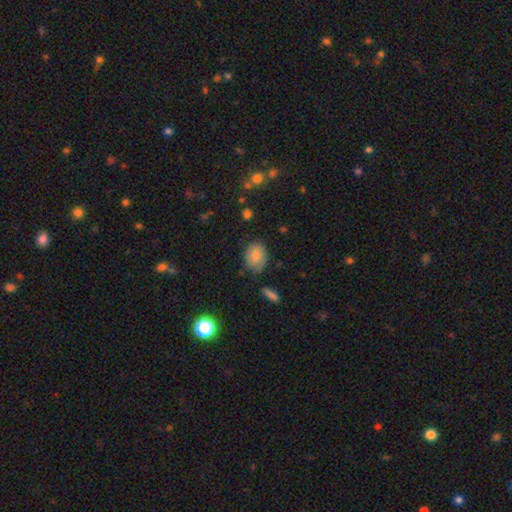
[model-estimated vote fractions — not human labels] Smooth or featured? Predicted: smooth (p=0.77). How rounded? Predicted: in between (p=0.69). Merging? Predicted: none (p=0.71).